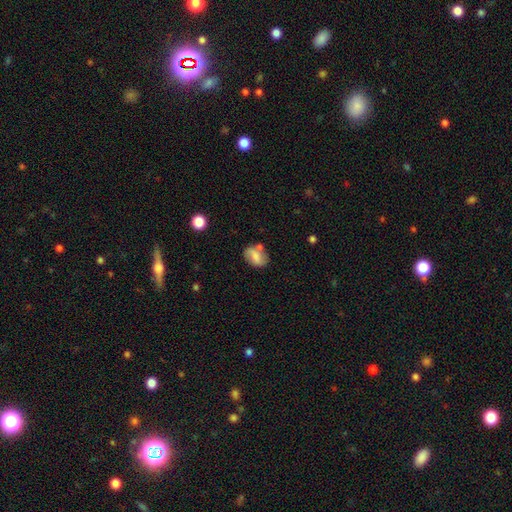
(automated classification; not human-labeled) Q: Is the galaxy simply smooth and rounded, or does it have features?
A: smooth — 66%.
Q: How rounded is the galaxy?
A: in between — 76%.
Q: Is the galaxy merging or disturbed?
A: none — 58%.